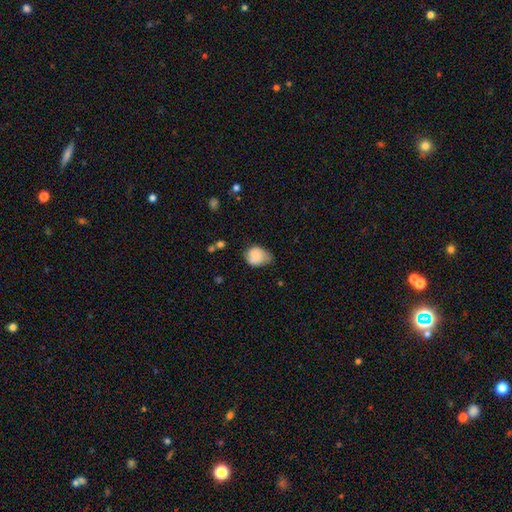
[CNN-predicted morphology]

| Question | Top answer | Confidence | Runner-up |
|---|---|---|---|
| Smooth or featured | smooth | 80% | featured or disk (12%) |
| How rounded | in between | 54% | round (45%) |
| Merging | minor disturbance | 45% | none (39%) |